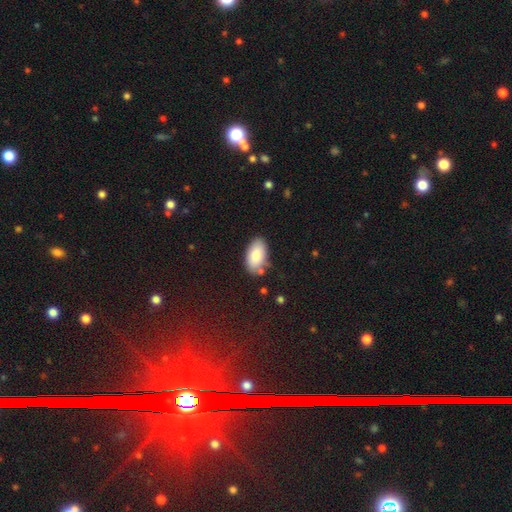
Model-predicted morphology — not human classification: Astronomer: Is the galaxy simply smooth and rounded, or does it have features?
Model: smooth — 79%.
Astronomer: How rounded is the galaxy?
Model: in between — 94%.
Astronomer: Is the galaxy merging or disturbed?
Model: none — 77%.